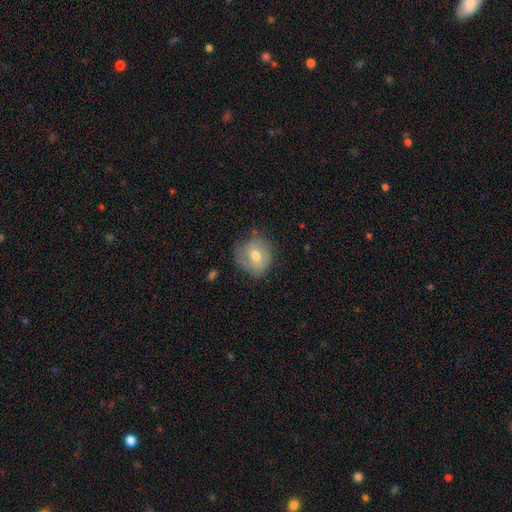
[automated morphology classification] smooth_or_featured: smooth (p=0.57) [alt: featured or disk p=0.36]
how_rounded: round (p=0.77) [alt: in between p=0.22]
merging: none (p=0.63) [alt: minor disturbance p=0.27]